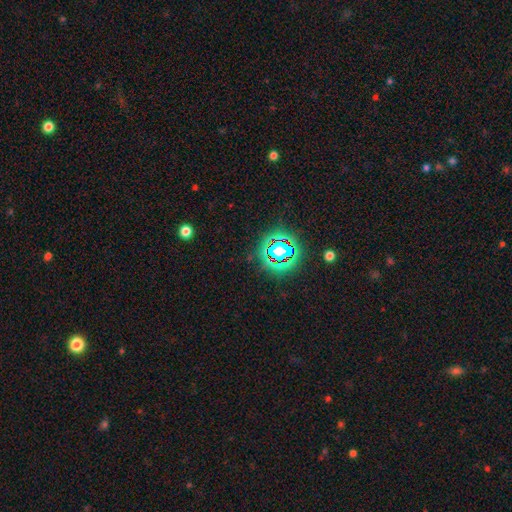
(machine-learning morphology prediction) The model was most divided on "smooth or featured": star or artifact: 78%, smooth: 13%, featured or disk: 8%.